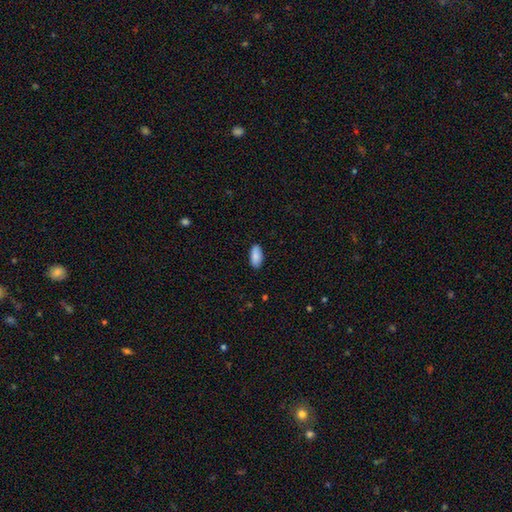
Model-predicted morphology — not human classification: smooth-or-featured: smooth: 89% | star or artifact: 6% | featured or disk: 5%
  how-rounded: in between: 91% | cigar-shaped: 8% | round: 2%
  merging: none: 88% | minor disturbance: 9% | major disturbance: 2% | merger: 1%